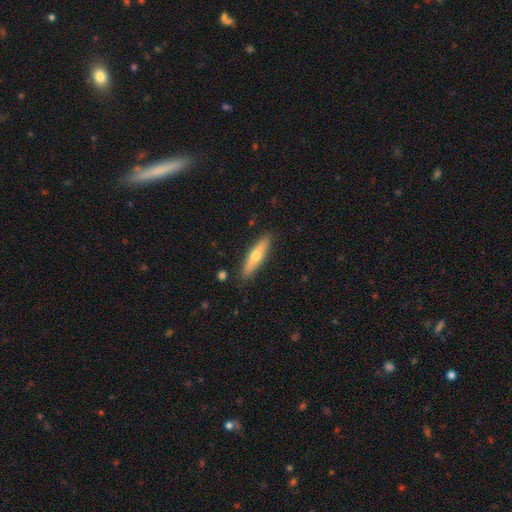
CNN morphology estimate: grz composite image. It shows a smooth galaxy with no disk features (53%) that is cigar-shaped (78%). Merging: none (88%).